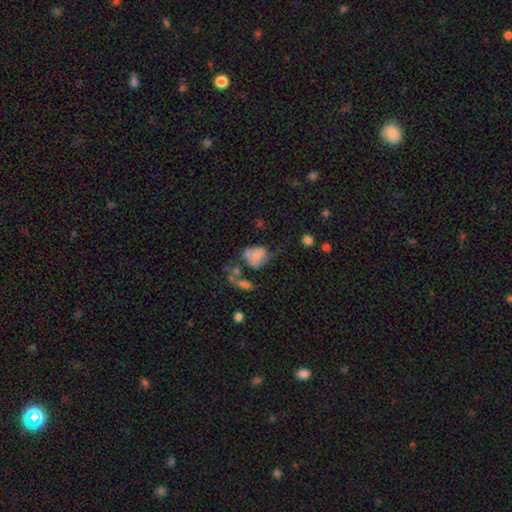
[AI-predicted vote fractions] This is possibly a smooth galaxy (54%). How rounded: possibly in between (59%). Merging: marginally major disturbance (42%).